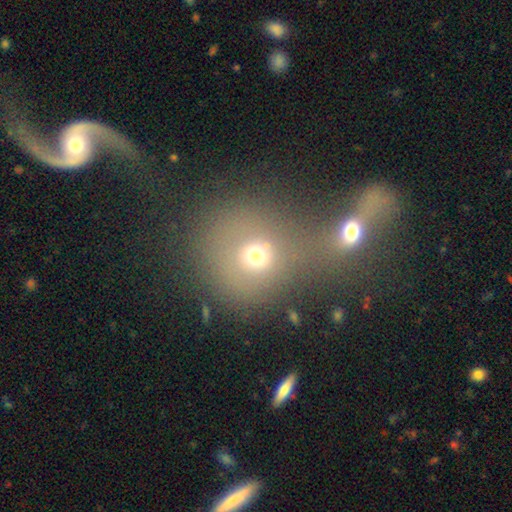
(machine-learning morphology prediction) Smooth or featured?
  - smooth: 67% *
  - star or artifact: 19%
  - featured or disk: 13%
How rounded?
  - round: 78% *
  - in between: 20%
  - cigar-shaped: 2%
Merging?
  - none: 48% *
  - merger: 28%
  - minor disturbance: 13%
  - major disturbance: 11%